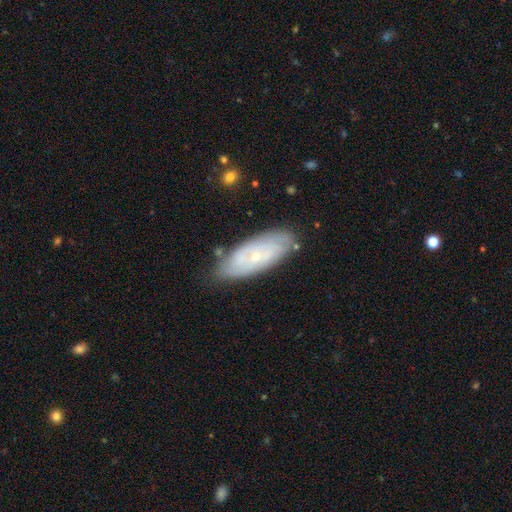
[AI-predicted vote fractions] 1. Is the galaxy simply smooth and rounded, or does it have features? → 68% featured or disk, 25% smooth, 7% star or artifact.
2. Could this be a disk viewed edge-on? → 88% no, 12% yes.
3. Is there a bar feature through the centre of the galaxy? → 76% no, 20% weak, 4% strong.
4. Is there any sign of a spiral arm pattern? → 81% yes, 19% no.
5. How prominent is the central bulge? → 77% small, 20% moderate, 2% none, 1% large, 1% dominant.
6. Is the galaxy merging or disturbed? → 76% none, 18% minor disturbance, 4% major disturbance, 2% merger.